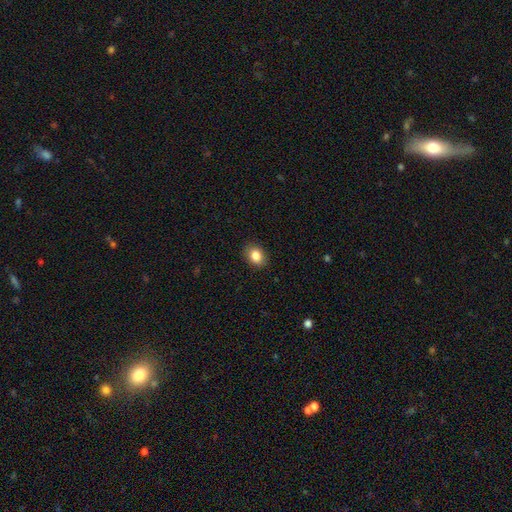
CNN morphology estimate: A smooth galaxy with no disk features (85%) that is in between round and cigar-shaped (58%). Merging: none (88%).